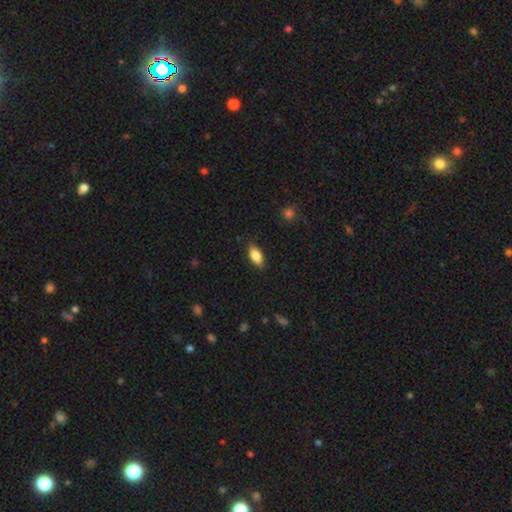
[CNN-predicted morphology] Smooth or featured?
  - smooth: 82% *
  - featured or disk: 11%
  - star or artifact: 7%
How rounded?
  - in between: 86% *
  - cigar-shaped: 11%
  - round: 3%
Merging?
  - none: 84% *
  - minor disturbance: 12%
  - major disturbance: 3%
  - merger: 1%